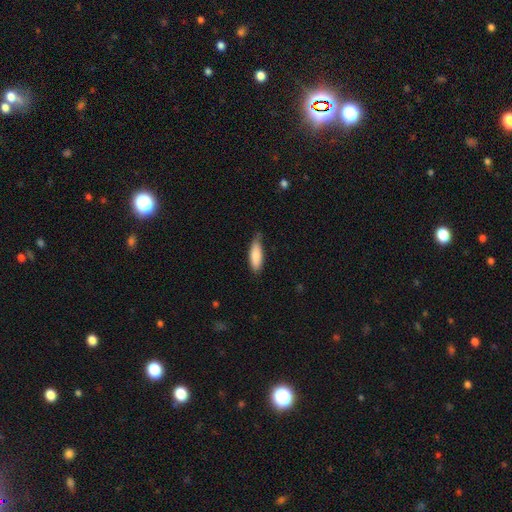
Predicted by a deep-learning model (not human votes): Morphology: type=smooth (85%); roundness=in between (57%); merging=none (65%).